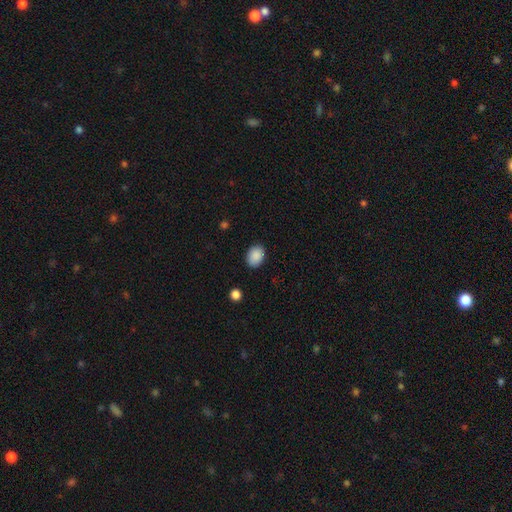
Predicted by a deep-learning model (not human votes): A smooth galaxy with no disk features (90%) that is in between round and cigar-shaped (74%).

Vote fractions:
- Smooth or featured? smooth: 90% / star or artifact: 7% / featured or disk: 3%
- How rounded? in between: 74% / round: 25% / cigar-shaped: 1%
- Merging? none: 87% / minor disturbance: 9% / major disturbance: 2% / merger: 1%